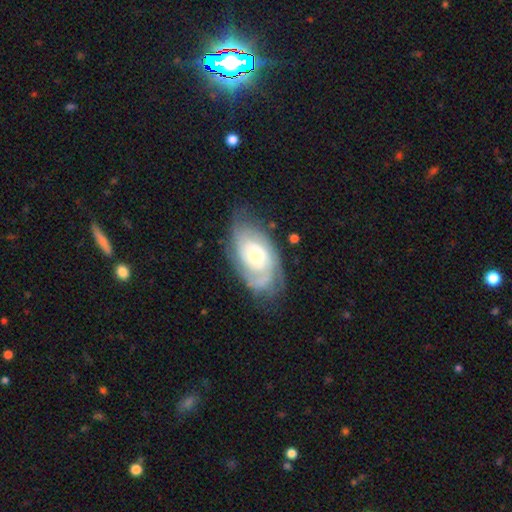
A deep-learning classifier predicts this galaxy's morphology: featured or disk 81%, smooth 14%, star or artifact 5%. Down the decision tree: edge-on disk — no (95%); bar — no (73%); spiral arms — yes (93%); spiral arm count — can't tell (37%); spiral winding — tight (68%); bulge size — moderate (54%); merging — none (68%).